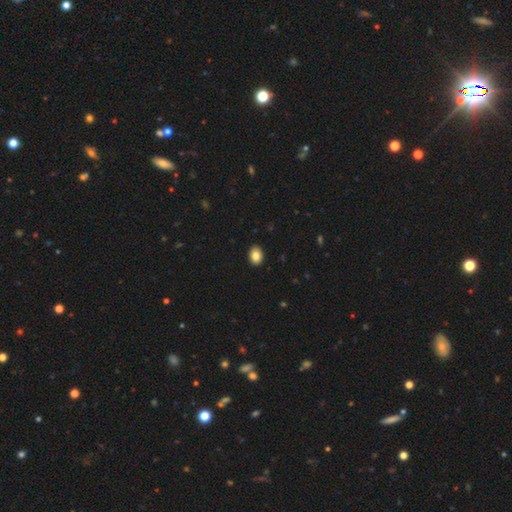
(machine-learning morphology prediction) smooth 84%, star or artifact 9%, featured or disk 7%. Down the decision tree: how rounded — in between (68%); merging — none (91%).